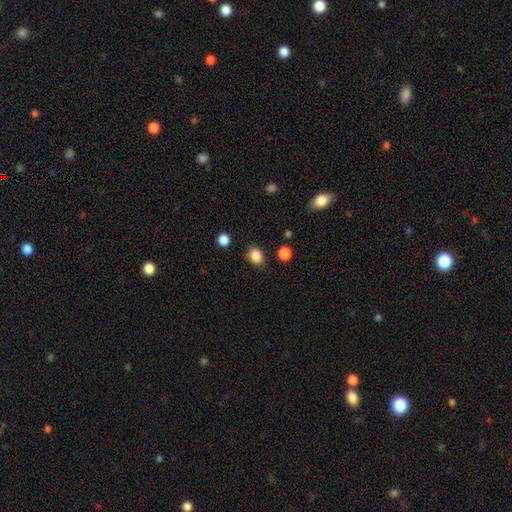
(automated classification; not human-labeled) The model was most divided on "how rounded": in between: 51%, round: 48%, cigar-shaped: 1%. More confident: smooth or featured — smooth (86%); merging — none (82%).